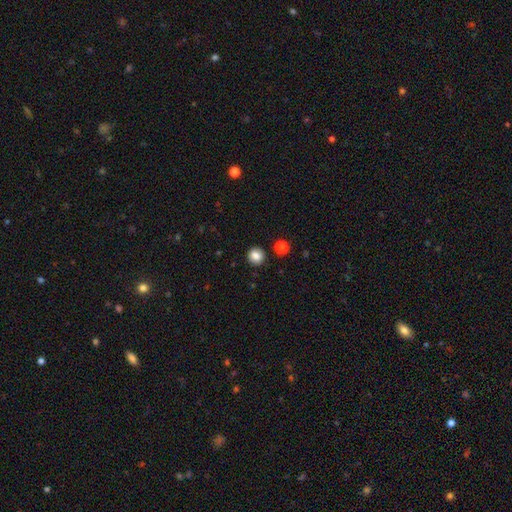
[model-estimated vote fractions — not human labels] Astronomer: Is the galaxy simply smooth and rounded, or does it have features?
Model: smooth — 83%.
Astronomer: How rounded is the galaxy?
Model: round — 90%.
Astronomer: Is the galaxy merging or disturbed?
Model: none — 90%.